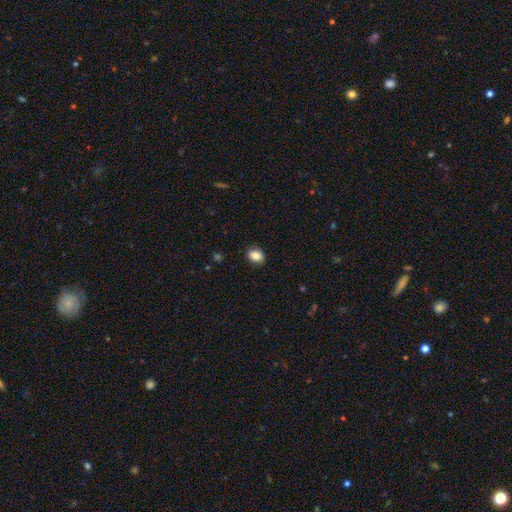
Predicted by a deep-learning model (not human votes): The model was most divided on "how rounded": in between: 63%, round: 36%, cigar-shaped: 1%. More confident: merging — none (87%); smooth or featured — smooth (86%).